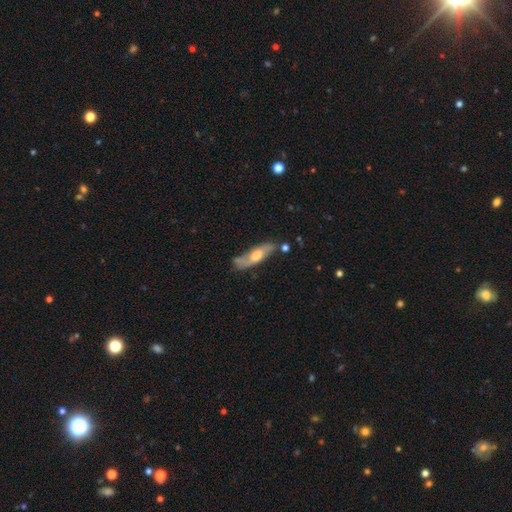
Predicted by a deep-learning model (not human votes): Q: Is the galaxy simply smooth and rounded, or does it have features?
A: featured or disk — 59%.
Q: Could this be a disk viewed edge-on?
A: no — 57%.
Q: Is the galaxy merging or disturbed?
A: none — 69%.